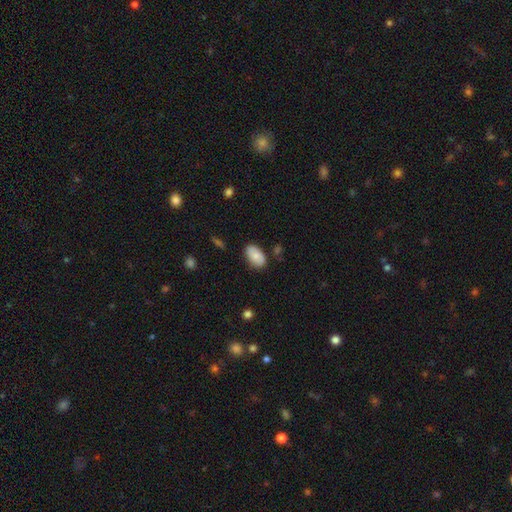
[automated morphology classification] This is likely a smooth galaxy (79%). How rounded: clearly in between (93%). Merging: likely none (79%).